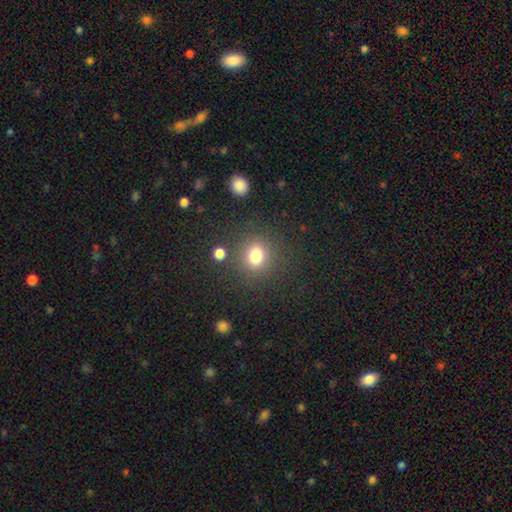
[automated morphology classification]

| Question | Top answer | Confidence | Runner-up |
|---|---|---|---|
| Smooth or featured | smooth | 79% | star or artifact (14%) |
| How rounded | round | 71% | in between (28%) |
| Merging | none | 81% | minor disturbance (10%) |